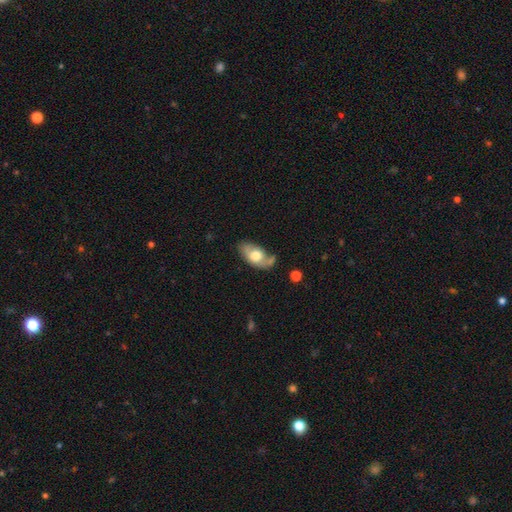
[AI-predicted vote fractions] Smooth or featured?
  - smooth: 62% *
  - featured or disk: 31%
  - star or artifact: 6%
How rounded?
  - in between: 91% *
  - round: 7%
  - cigar-shaped: 2%
Merging?
  - none: 46% *
  - minor disturbance: 28%
  - merger: 13%
  - major disturbance: 13%